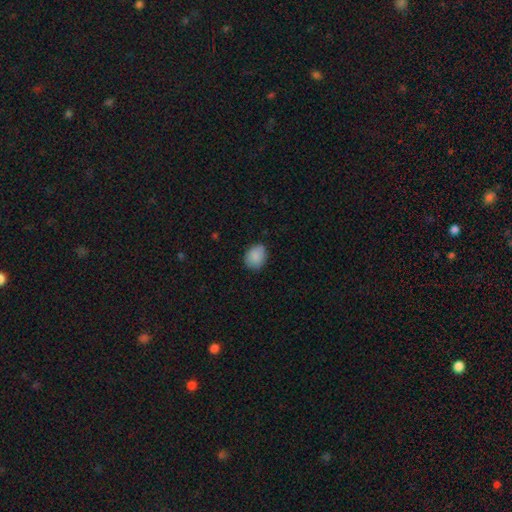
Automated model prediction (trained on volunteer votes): A smooth galaxy with no disk features (88%) that is in between round and cigar-shaped (52%).

Vote fractions:
- Smooth or featured? smooth: 88% / star or artifact: 8% / featured or disk: 4%
- How rounded? in between: 52% / round: 47% / cigar-shaped: 1%
- Merging? none: 78% / minor disturbance: 17% / major disturbance: 3% / merger: 1%